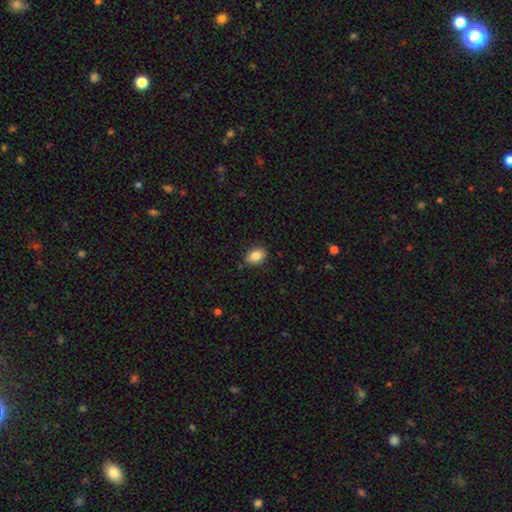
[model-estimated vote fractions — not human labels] Smooth or featured: smooth — 85% (star or artifact — 8%)
How rounded: in between — 79% (round — 20%)
Merging: none — 87% (minor disturbance — 10%)